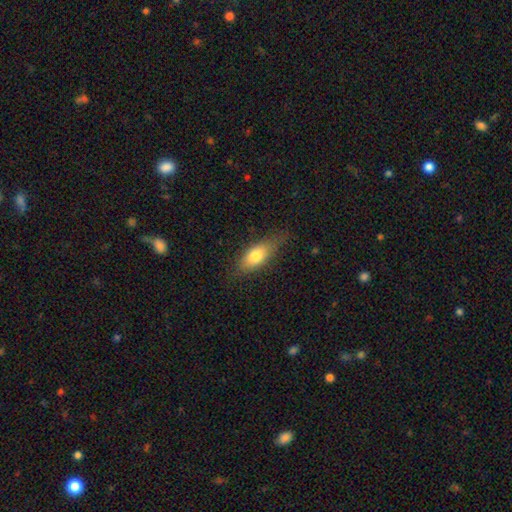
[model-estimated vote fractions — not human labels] Smooth or featured?
  - smooth: 73% *
  - featured or disk: 20%
  - star or artifact: 7%
How rounded?
  - in between: 76% *
  - cigar-shaped: 19%
  - round: 4%
Merging?
  - none: 70% *
  - minor disturbance: 23%
  - major disturbance: 6%
  - merger: 1%